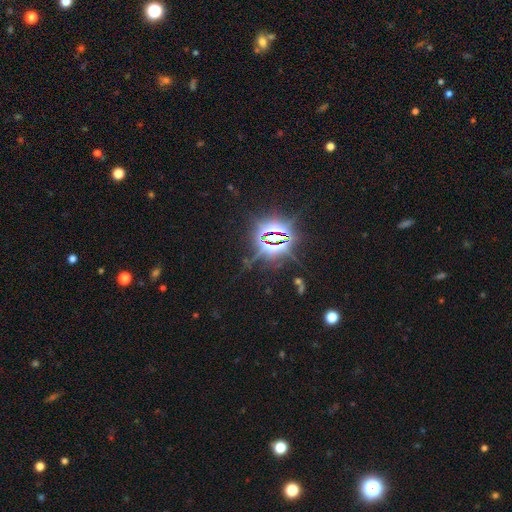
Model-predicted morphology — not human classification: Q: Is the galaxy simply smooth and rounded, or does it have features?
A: star or artifact — 84%.